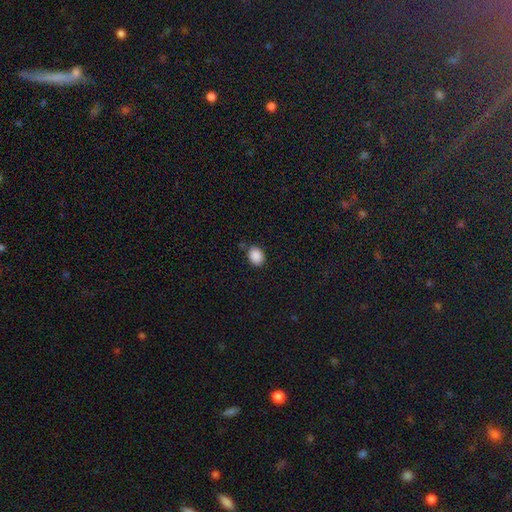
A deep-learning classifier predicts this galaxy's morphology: Smooth or featured: smooth — 89% (star or artifact — 8%)
How rounded: in between — 57% (round — 42%)
Merging: none — 82% (minor disturbance — 13%)